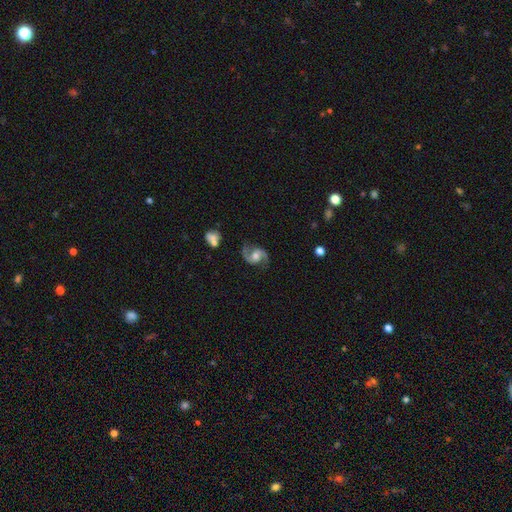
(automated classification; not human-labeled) Smooth or featured?
  - featured or disk: 88% *
  - smooth: 6%
  - star or artifact: 5%
Edge-on disk?
  - no: 98% *
  - yes: 2%
Bar?
  - no: 52% *
  - weak: 37%
  - strong: 11%
Spiral arms?
  - yes: 97% *
  - no: 3%
Spiral winding?
  - medium: 46% *
  - loose: 45%
  - tight: 9%
Spiral arm count?
  - 2: 94% *
  - can't tell: 2%
  - 1: 1%
  - 3: 1%
  - 4: 1%
  - more than 4: 1%
Bulge size?
  - moderate: 66% *
  - small: 18%
  - large: 11%
  - none: 3%
  - dominant: 1%
Merging?
  - none: 80% *
  - minor disturbance: 13%
  - major disturbance: 5%
  - merger: 2%